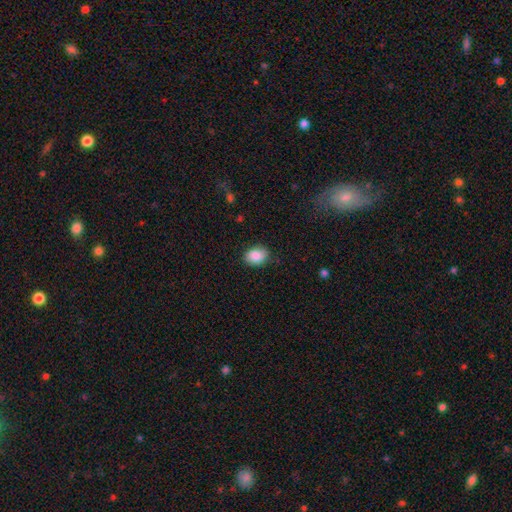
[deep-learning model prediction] The model was most divided on "how rounded": in between: 67%, round: 32%, cigar-shaped: 1%. More confident: smooth or featured — smooth (87%); merging — none (83%).